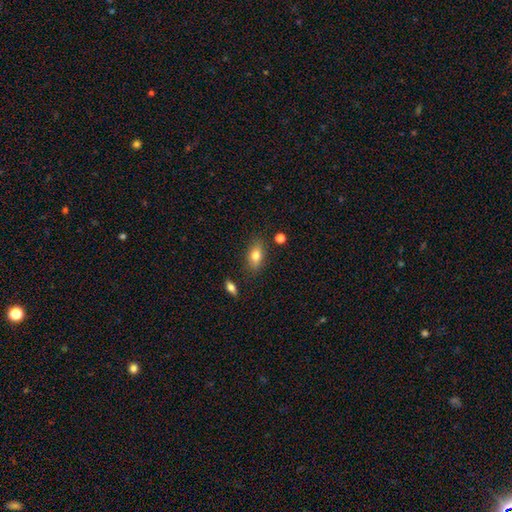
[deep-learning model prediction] Smooth or featured? Predicted: smooth (p=0.75). How rounded? Predicted: in between (p=0.82). Merging? Predicted: none (p=0.81).